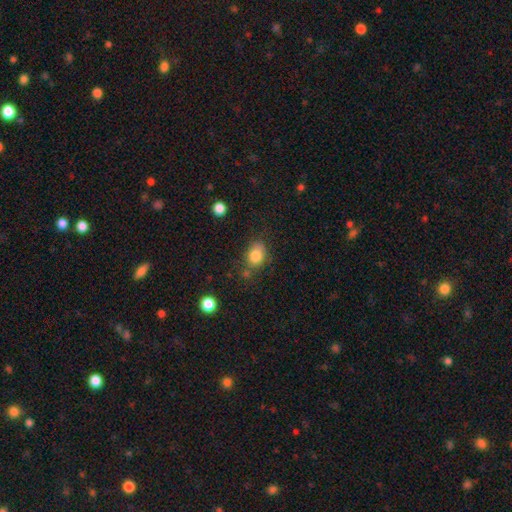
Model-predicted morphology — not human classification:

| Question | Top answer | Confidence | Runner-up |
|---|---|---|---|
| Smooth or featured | smooth | 83% | star or artifact (10%) |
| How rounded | in between | 62% | round (36%) |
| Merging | none | 64% | minor disturbance (22%) |